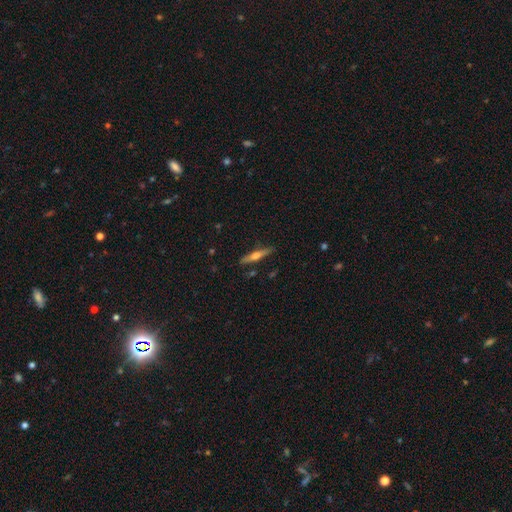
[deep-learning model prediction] Overall: featured or disk (58%; smooth 36%). Edge-on disk: yes (96%). Edge-on bulge: rounded (89%). Merging: none (88%).